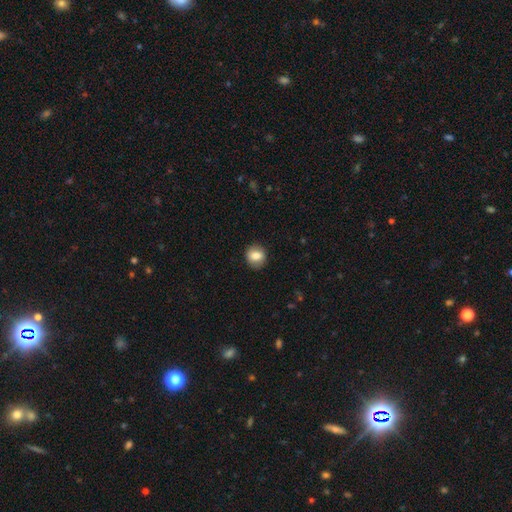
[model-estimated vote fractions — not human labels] This is likely a smooth galaxy (77%). How rounded: likely round (72%). Merging: clearly none (85%).